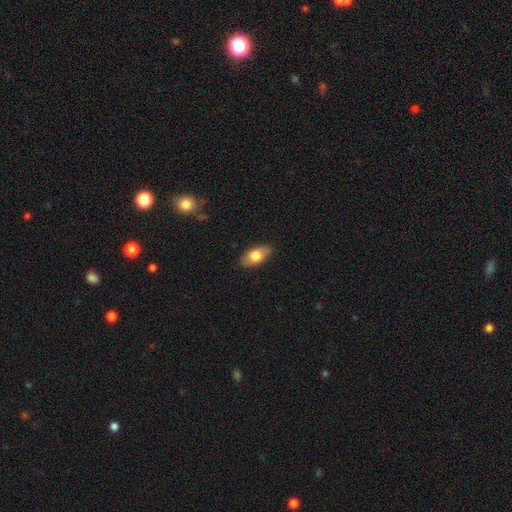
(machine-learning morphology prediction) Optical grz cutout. It shows a smooth galaxy with no disk features (77%) that is in between round and cigar-shaped (90%). Merging: none (86%).